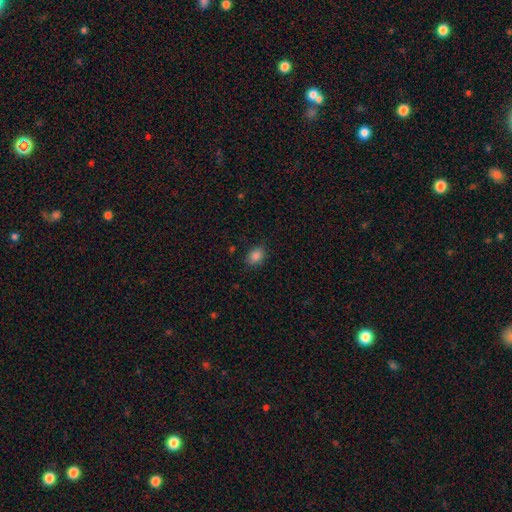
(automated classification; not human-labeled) Smooth or featured? smooth (86%)
How rounded? in between (72%)
Merging? none (84%)